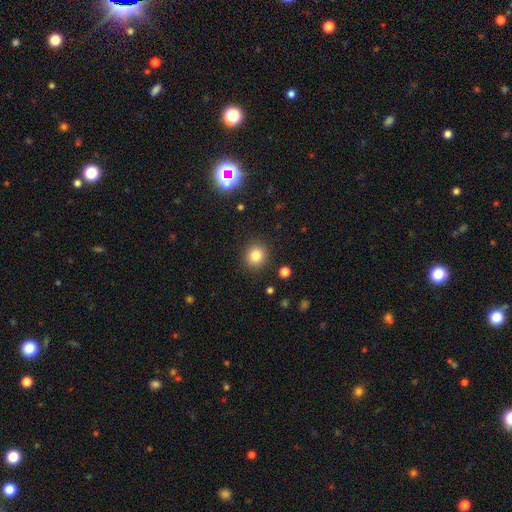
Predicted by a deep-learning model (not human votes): Morphology: type=smooth (82%); roundness=round (84%); merging=none (89%).